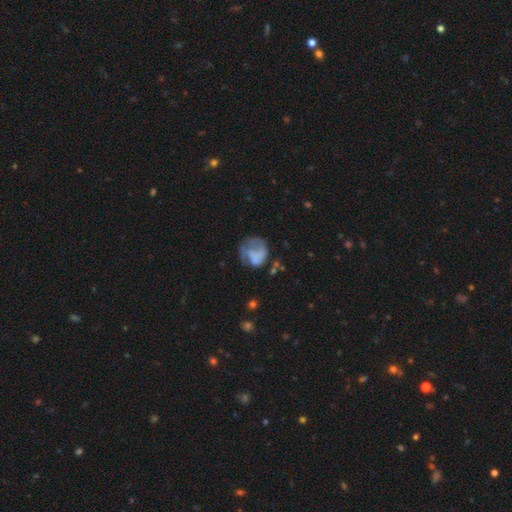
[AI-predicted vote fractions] Morphology: type=smooth (54%); roundness=round (69%); merging=major disturbance (36%).